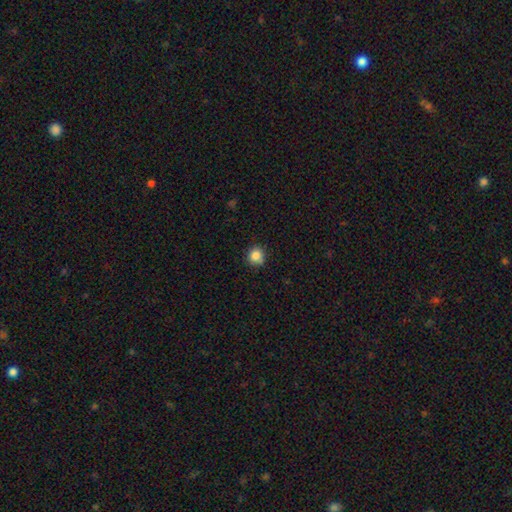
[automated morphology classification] A smooth galaxy with no disk features (85%) that is round (90%). Merging: none (81%).